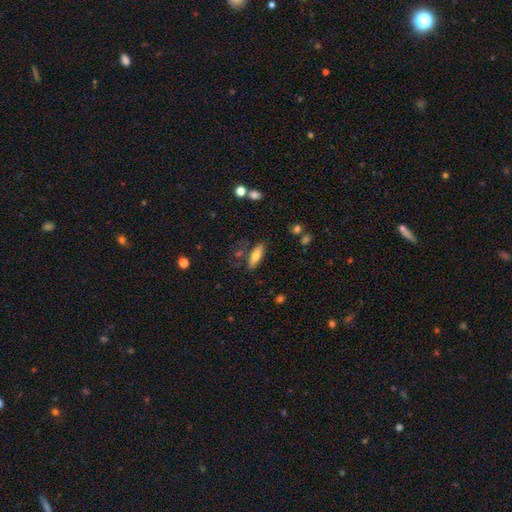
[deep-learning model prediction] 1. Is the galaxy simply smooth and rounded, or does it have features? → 70% smooth, 23% featured or disk, 7% star or artifact.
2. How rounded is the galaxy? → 52% in between, 46% cigar-shaped, 2% round.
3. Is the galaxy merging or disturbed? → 75% none, 15% minor disturbance, 6% merger, 4% major disturbance.